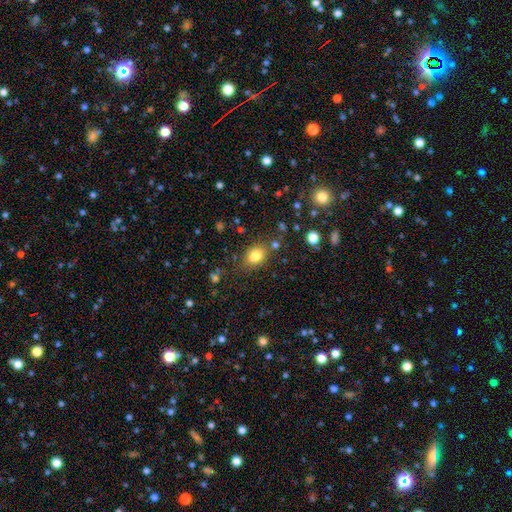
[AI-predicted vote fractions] smooth 82%, star or artifact 11%, featured or disk 8%. Down the decision tree: how rounded — in between (70%); merging — none (76%).